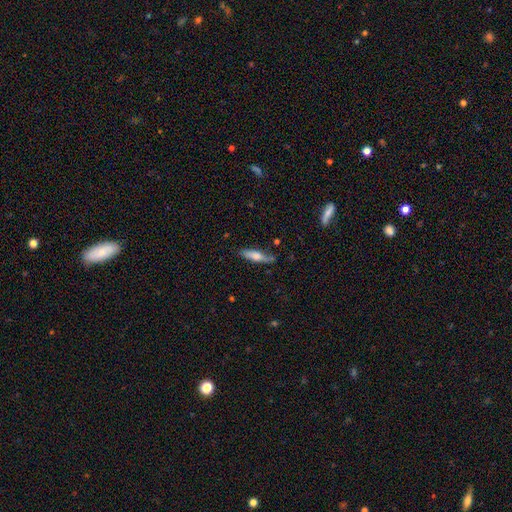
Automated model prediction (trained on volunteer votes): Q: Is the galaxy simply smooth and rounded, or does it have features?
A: smooth — 61%.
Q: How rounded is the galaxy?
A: cigar-shaped — 71%.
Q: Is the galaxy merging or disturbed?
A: none — 70%.